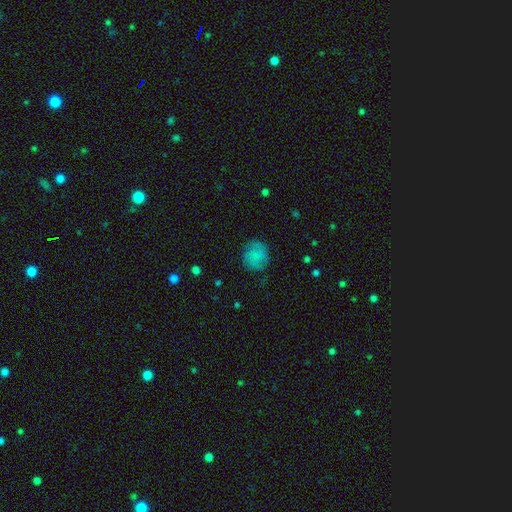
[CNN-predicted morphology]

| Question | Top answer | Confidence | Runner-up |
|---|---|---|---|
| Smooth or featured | smooth | 63% | featured or disk (28%) |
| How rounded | round | 81% | in between (18%) |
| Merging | none | 77% | minor disturbance (16%) |